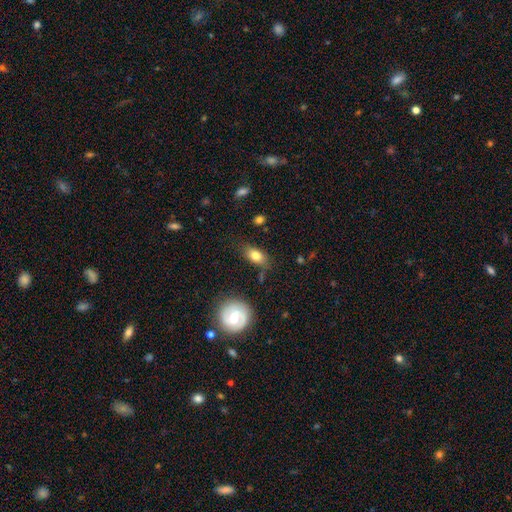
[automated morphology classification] This is likely a smooth galaxy (77%). How rounded: clearly in between (83%). Merging: likely none (73%).